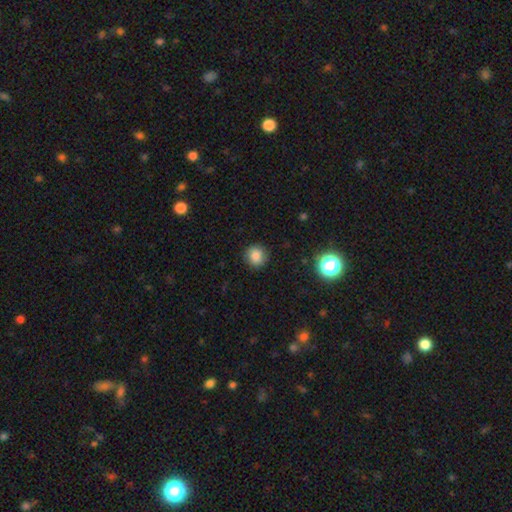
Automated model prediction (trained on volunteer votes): Smooth or featured? Predicted: smooth (p=0.83). How rounded? Predicted: round (p=0.88). Merging? Predicted: none (p=0.88).